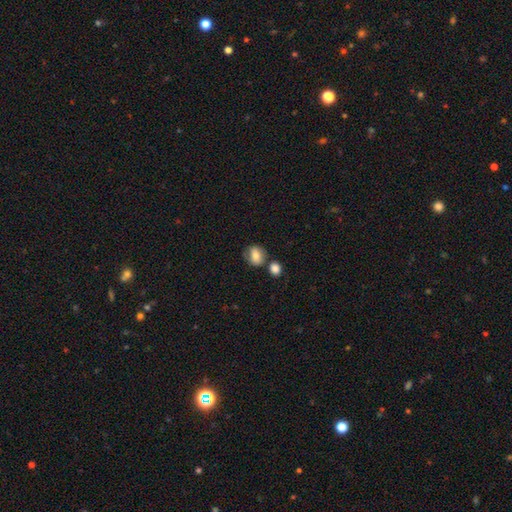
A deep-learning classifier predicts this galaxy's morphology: type=smooth (76%); roundness=round (63%); merging=none (63%).